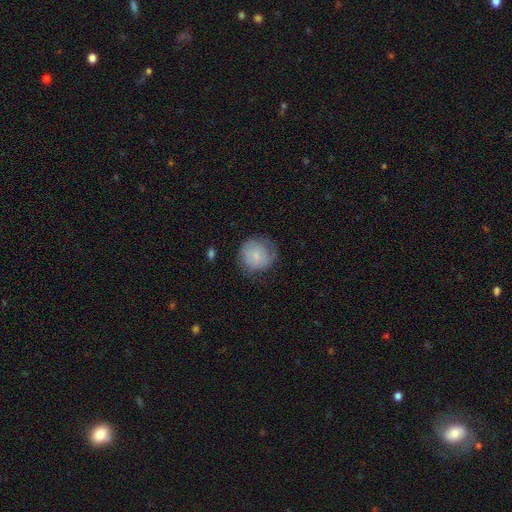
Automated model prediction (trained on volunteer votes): Morphology: type=smooth (73%); roundness=round (88%); merging=none (63%).